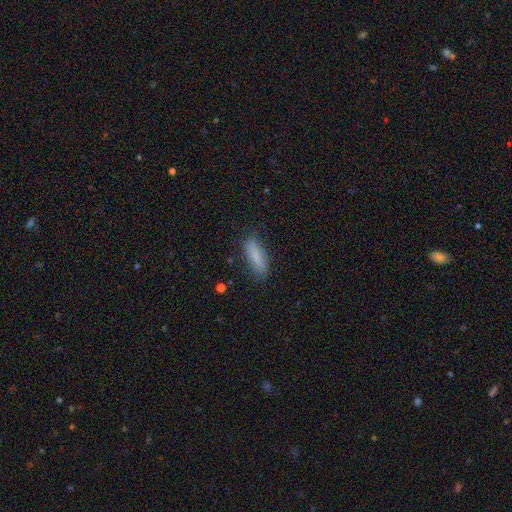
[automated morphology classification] Smooth or featured? smooth (80%)
How rounded? cigar-shaped (56%)
Merging? none (81%)